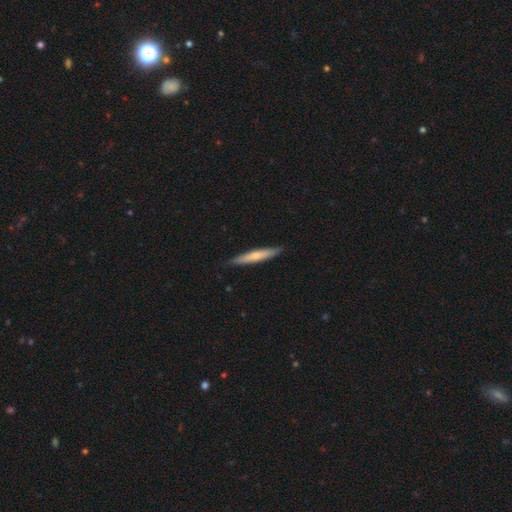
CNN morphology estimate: This is likely a smooth galaxy (60%). How rounded: clearly cigar-shaped (93%). Merging: clearly none (89%).